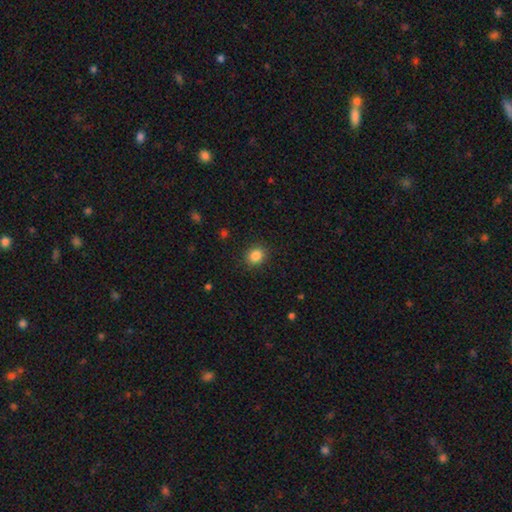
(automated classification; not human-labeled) smooth 86%, star or artifact 10%, featured or disk 4%. Down the decision tree: how rounded — round (67%); merging — none (88%).